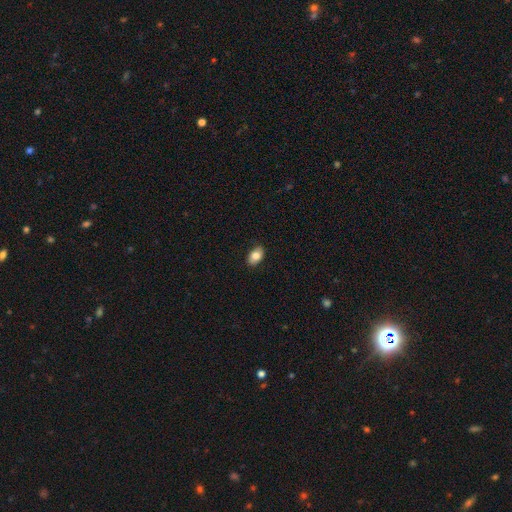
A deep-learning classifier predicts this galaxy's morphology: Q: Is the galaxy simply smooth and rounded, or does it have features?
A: smooth — 83%.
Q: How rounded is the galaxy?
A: in between — 89%.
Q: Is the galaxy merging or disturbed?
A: none — 87%.